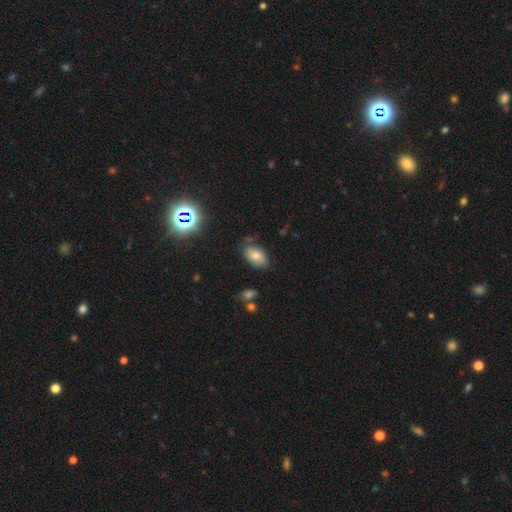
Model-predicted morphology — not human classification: smooth 71%, featured or disk 18%, star or artifact 11%. Down the decision tree: how rounded — in between (91%); merging — none (72%).